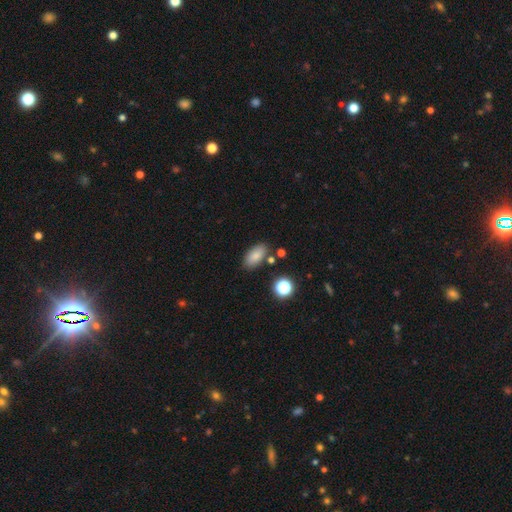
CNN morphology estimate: The model was most divided on "merging": none: 80%, minor disturbance: 12%, merger: 5%, major disturbance: 3%. More confident: how rounded — in between (90%); smooth or featured — smooth (83%).